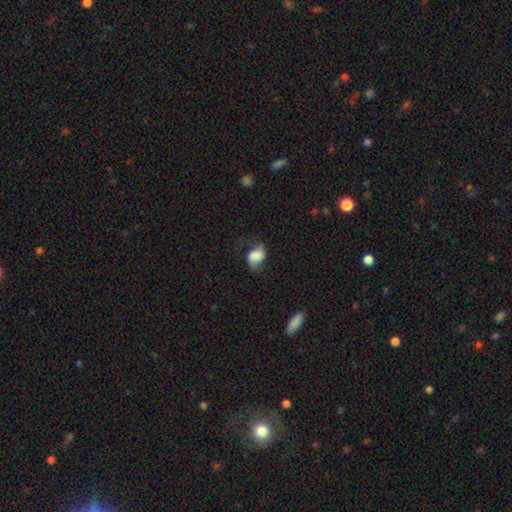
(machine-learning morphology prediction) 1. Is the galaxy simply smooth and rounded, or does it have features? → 64% smooth, 27% featured or disk, 9% star or artifact.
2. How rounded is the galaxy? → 79% in between, 19% round, 2% cigar-shaped.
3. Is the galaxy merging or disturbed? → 44% none, 29% minor disturbance, 23% major disturbance, 4% merger.